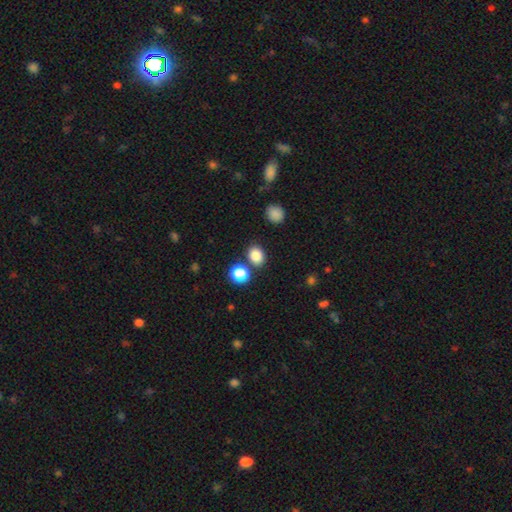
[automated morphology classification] A smooth galaxy with no disk features (84%) that is in between round and cigar-shaped (51%).

Vote fractions:
- Smooth or featured? smooth: 84% / star or artifact: 12% / featured or disk: 4%
- How rounded? in between: 51% / round: 48% / cigar-shaped: 1%
- Merging? none: 76% / merger: 11% / minor disturbance: 10% / major disturbance: 3%